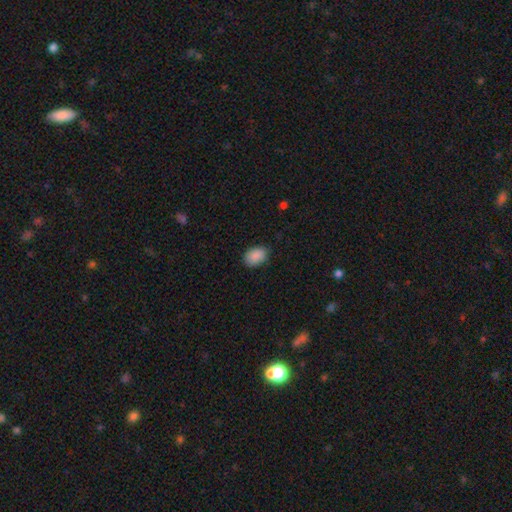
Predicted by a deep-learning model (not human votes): This is clearly a smooth galaxy (90%). How rounded: clearly in between (84%). Merging: clearly none (84%).